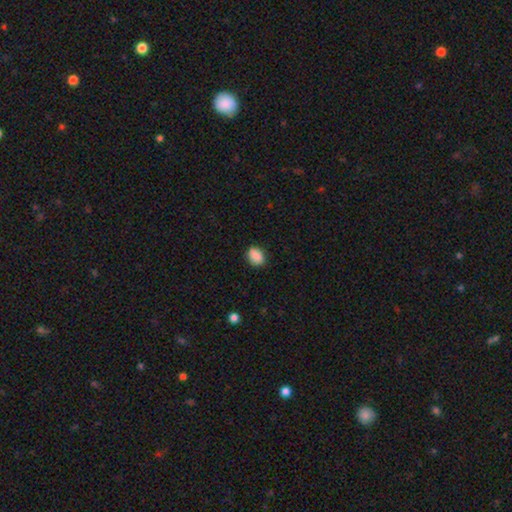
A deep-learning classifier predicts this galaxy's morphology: Smooth or featured? Predicted: smooth (p=0.88). How rounded? Predicted: in between (p=0.72). Merging? Predicted: none (p=0.84).